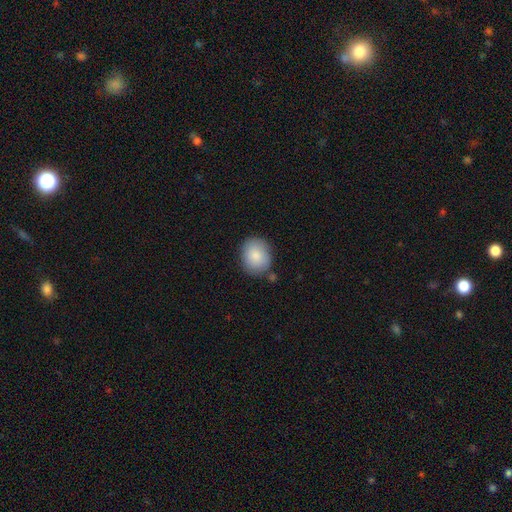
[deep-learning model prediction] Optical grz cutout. It shows a smooth galaxy with no disk features (87%) that is round (58%). Merging: none (77%).